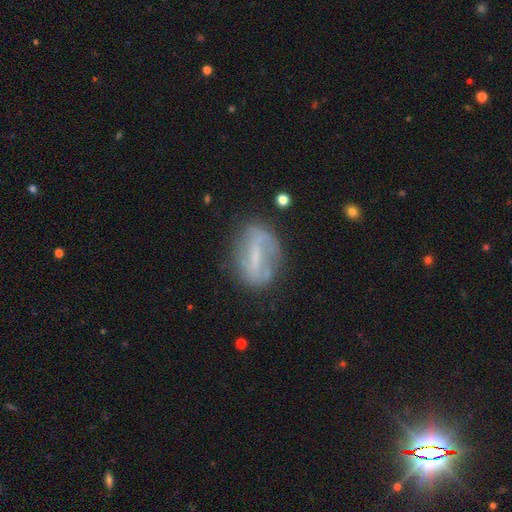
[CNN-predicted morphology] featured or disk 63%, smooth 28%, star or artifact 9%. Down the decision tree: edge-on disk — no (92%); bar — strong (51%); spiral arms — yes (58%); bulge size — small (42%); merging — none (65%).